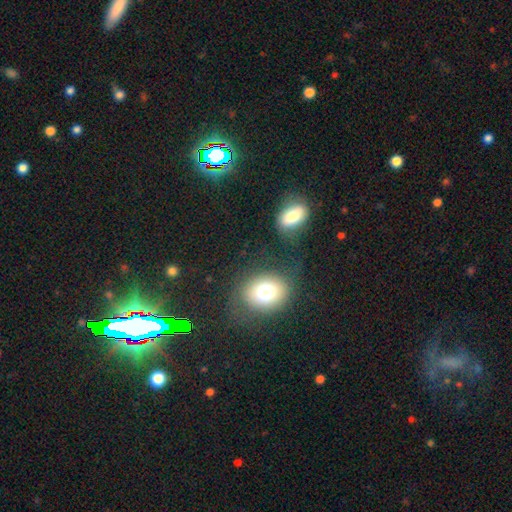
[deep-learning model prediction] Morphology: type=smooth (47%); merging=none (86%).